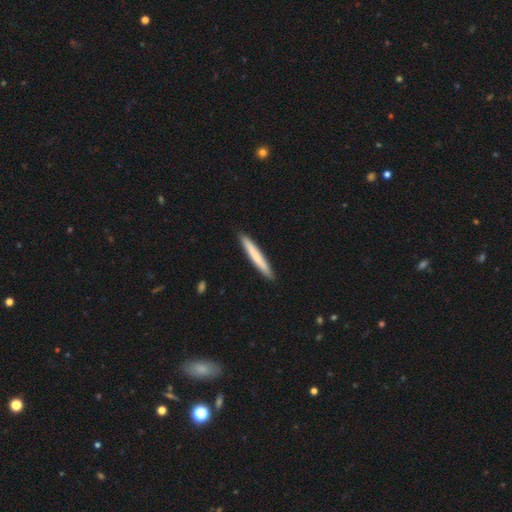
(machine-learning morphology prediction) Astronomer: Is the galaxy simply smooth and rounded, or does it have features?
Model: smooth — 72%.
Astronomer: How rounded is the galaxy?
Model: cigar-shaped — 96%.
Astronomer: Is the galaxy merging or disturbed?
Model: none — 92%.